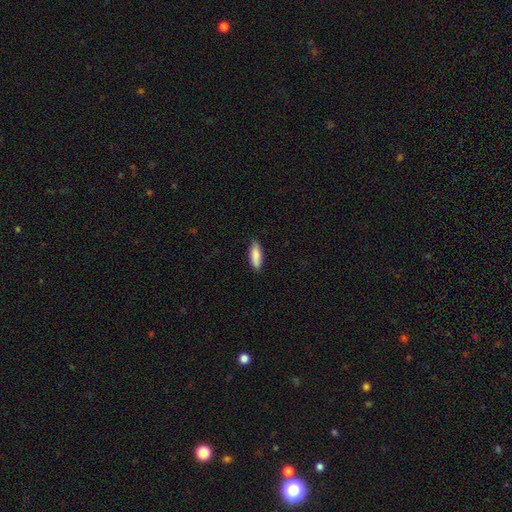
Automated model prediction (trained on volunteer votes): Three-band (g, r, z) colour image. It shows a smooth galaxy with no disk features (86%) that is in between round and cigar-shaped (61%). Merging: none (85%).